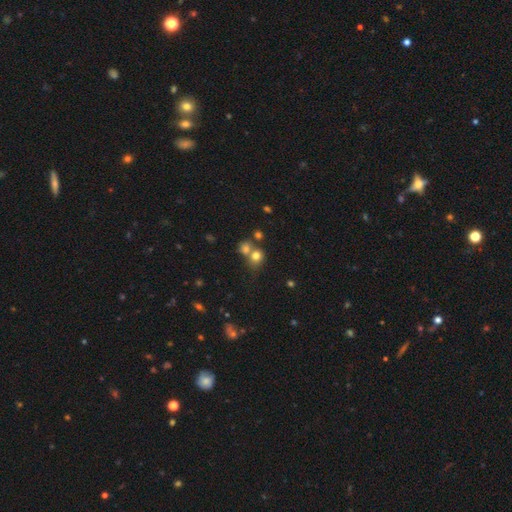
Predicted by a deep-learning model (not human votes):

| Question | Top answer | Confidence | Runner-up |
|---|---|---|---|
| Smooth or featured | smooth | 74% | star or artifact (15%) |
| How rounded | round | 77% | in between (22%) |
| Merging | none | 44% | merger (43%) |